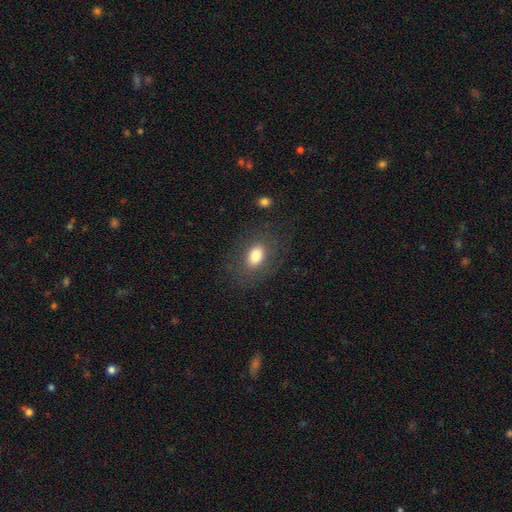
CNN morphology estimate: Overall: smooth (78%). How rounded: in between (80%). Merging: none (78%).